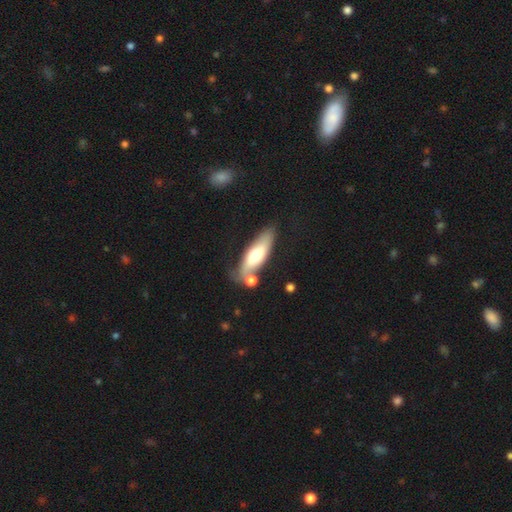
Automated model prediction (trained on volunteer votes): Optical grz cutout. It shows a smooth galaxy with no disk features (60%) that is in between round and cigar-shaped (54%). Merging: none (58%).